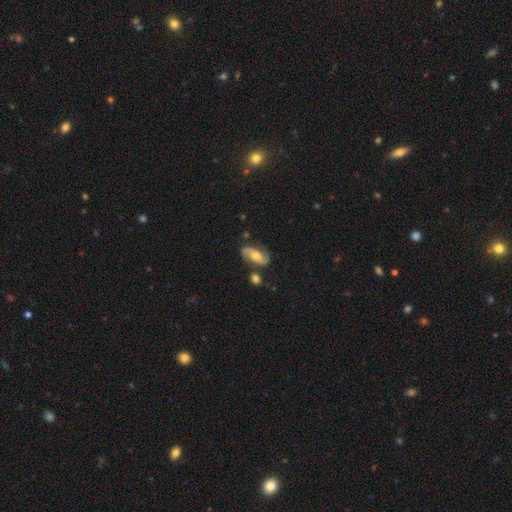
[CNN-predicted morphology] Smooth or featured? featured or disk (71%)
Edge-on disk? no (95%)
Bar? no (50%)
Spiral arms? yes (92%)
Spiral winding? medium (43%)
Spiral arm count? 2 (89%)
Bulge size? moderate (63%)
Merging? none (70%)